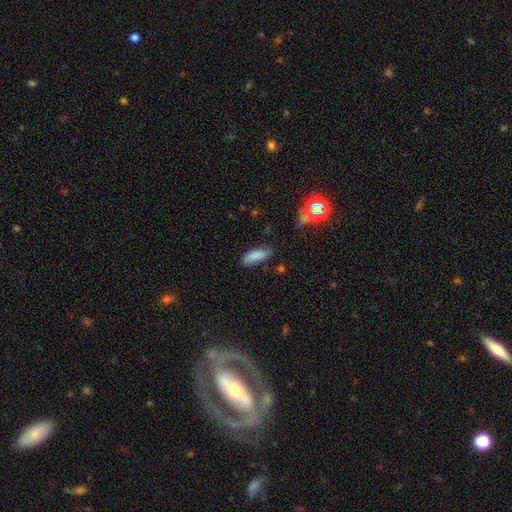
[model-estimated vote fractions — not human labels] The model was most divided on "how rounded": in between: 73%, cigar-shaped: 25%, round: 2%. More confident: smooth or featured — smooth (85%); merging — none (77%).